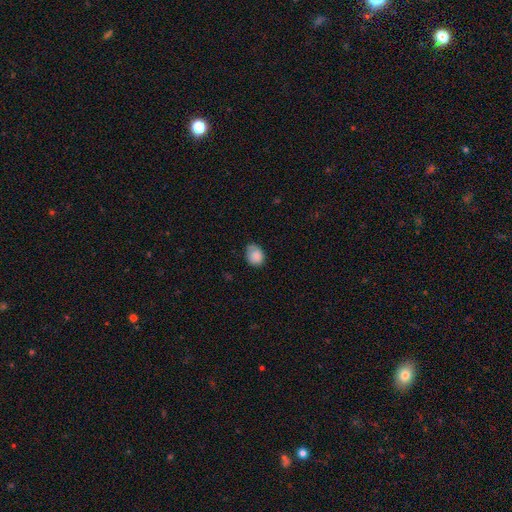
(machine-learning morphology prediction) Q: Smooth or featured?
A: smooth (83%); runner-up: featured or disk (9%)
Q: How rounded?
A: in between (54%); runner-up: round (45%)
Q: Merging?
A: none (61%); runner-up: minor disturbance (31%)